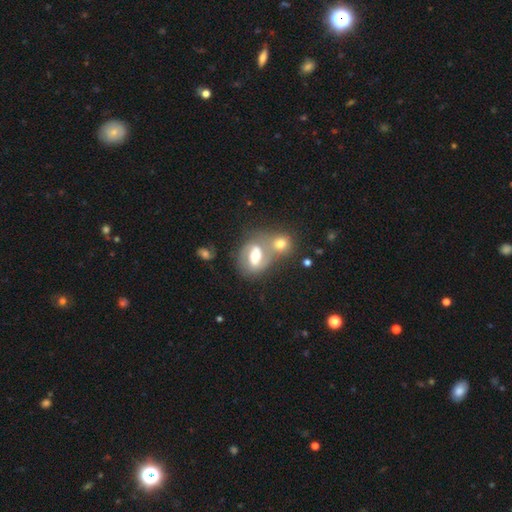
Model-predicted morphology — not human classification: smooth_or_featured: featured or disk (p=0.55) [alt: smooth p=0.36]
disk_edge_on: no (p=0.95) [alt: yes p=0.05]
bar: weak (p=0.39) [alt: strong p=0.32]
has_spiral_arms: yes (p=0.64) [alt: no p=0.36]
bulge_size: moderate (p=0.68) [alt: large p=0.18]
merging: merger (p=0.48) [alt: none p=0.34]